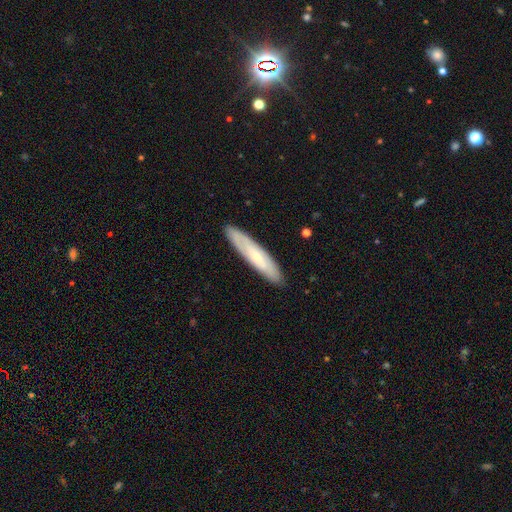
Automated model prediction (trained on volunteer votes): Overall: smooth (52%; featured or disk 41%). How rounded: cigar-shaped (87%). Merging: none (89%).